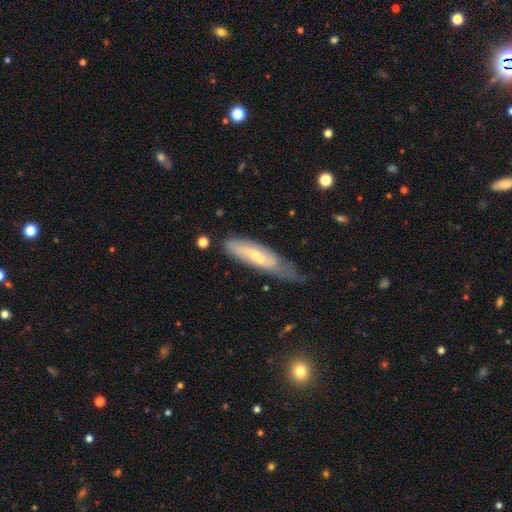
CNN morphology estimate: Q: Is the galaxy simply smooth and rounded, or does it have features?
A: featured or disk — 51%.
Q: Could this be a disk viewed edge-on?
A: no — 61%.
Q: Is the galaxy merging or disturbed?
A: none — 41%.